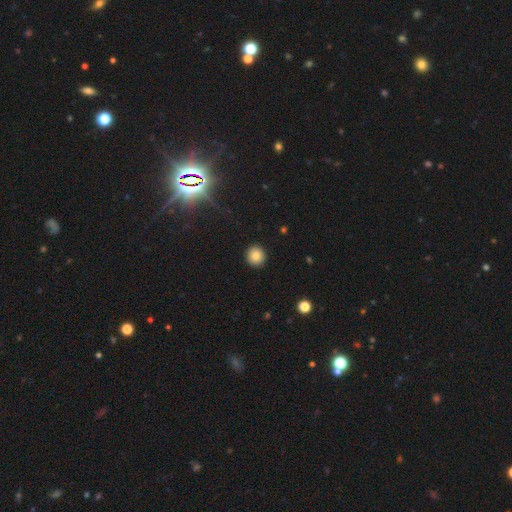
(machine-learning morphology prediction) A smooth galaxy with no disk features (84%) that is round (91%).

Vote fractions:
- Smooth or featured? smooth: 84% / star or artifact: 11% / featured or disk: 5%
- How rounded? round: 91% / in between: 8% / cigar-shaped: 1%
- Merging? none: 92% / minor disturbance: 5% / major disturbance: 2% / merger: 1%